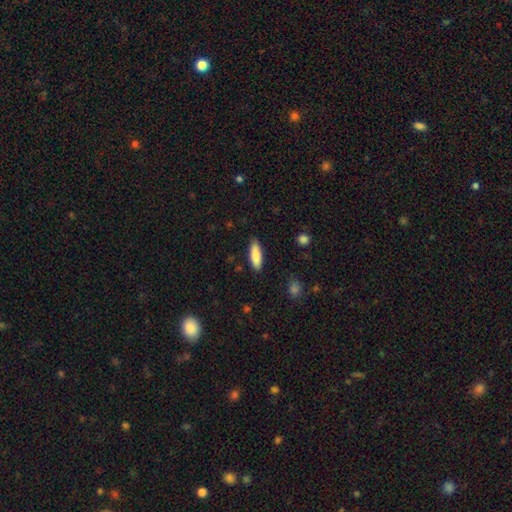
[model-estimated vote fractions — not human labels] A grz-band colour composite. It shows a smooth galaxy with no disk features (87%) that is in between round and cigar-shaped (54%). Merging: none (86%).